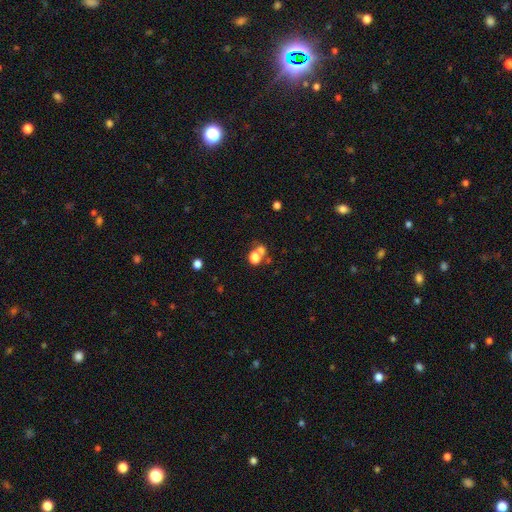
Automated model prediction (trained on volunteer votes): The model was most divided on "merging": merger: 42%, none: 40%, minor disturbance: 10%, major disturbance: 7%. More confident: smooth or featured — smooth (72%); how rounded — round (53%).